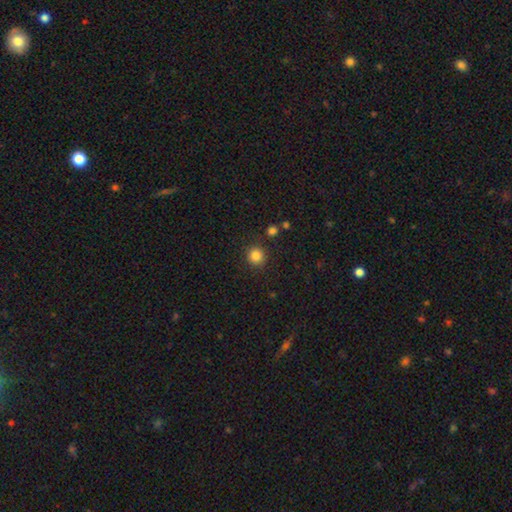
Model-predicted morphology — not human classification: This is clearly a smooth galaxy (84%). How rounded: clearly round (93%). Merging: clearly none (88%).